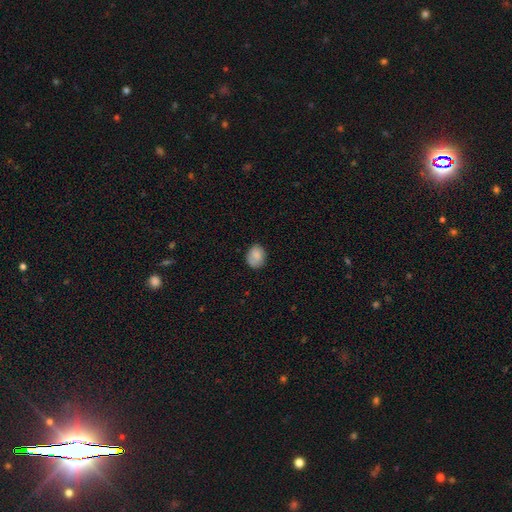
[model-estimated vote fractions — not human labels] The model was most divided on "how rounded": in between: 53%, round: 47%, cigar-shaped: 1%. More confident: smooth or featured — smooth (85%); merging — none (77%).